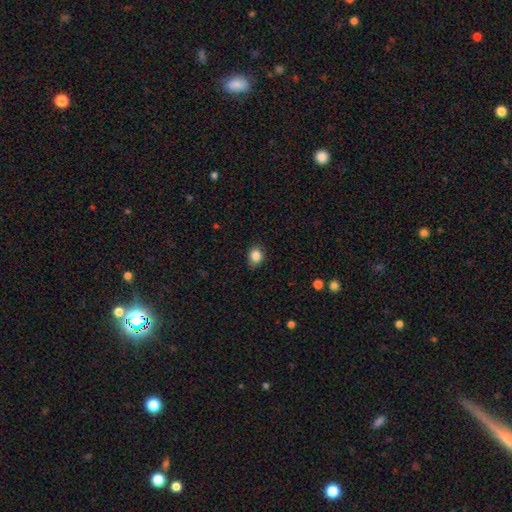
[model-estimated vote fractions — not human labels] The model was most divided on "how rounded": round: 57%, in between: 42%, cigar-shaped: 1%. More confident: smooth or featured — smooth (85%); merging — none (82%).